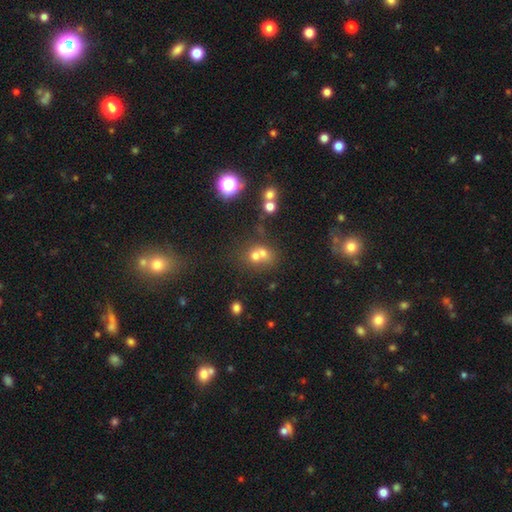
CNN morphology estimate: Smooth or featured? Predicted: smooth (p=0.59). How rounded? Predicted: round (p=0.73). Merging? Predicted: merger (p=0.51).